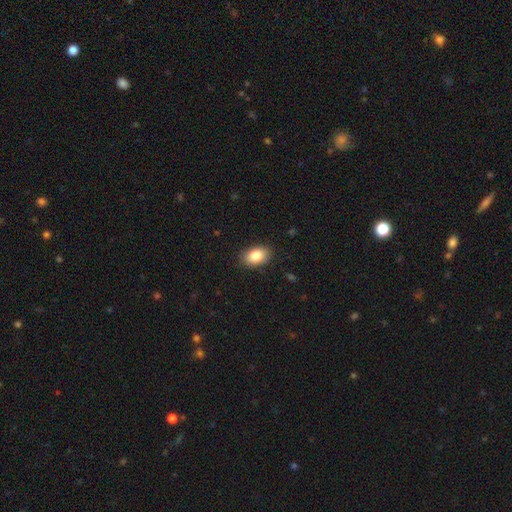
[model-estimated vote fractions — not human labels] Q: Smooth or featured?
A: smooth (85%); runner-up: featured or disk (8%)
Q: How rounded?
A: in between (87%); runner-up: round (12%)
Q: Merging?
A: none (88%); runner-up: minor disturbance (9%)